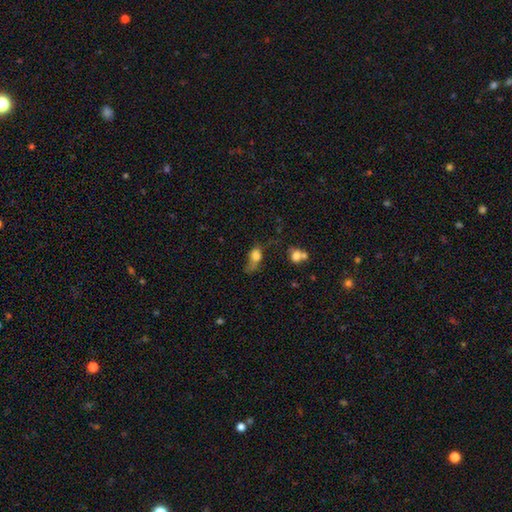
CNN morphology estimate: smooth_or_featured: smooth (p=0.69) [alt: featured or disk p=0.19]
how_rounded: in between (p=0.69) [alt: round p=0.23]
merging: major disturbance (p=0.40) [alt: minor disturbance p=0.24]